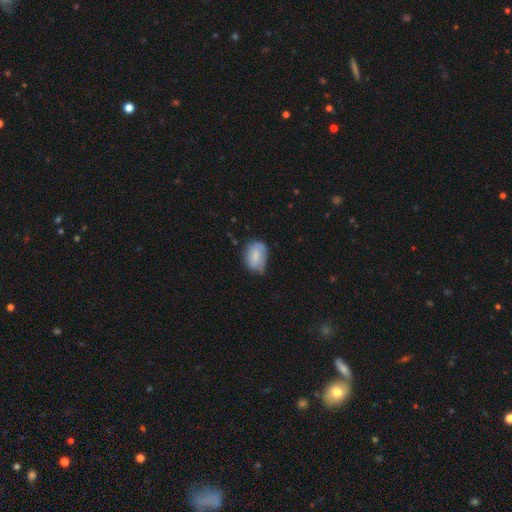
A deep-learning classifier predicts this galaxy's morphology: smooth-or-featured: smooth: 72% | featured or disk: 21% | star or artifact: 7%
  how-rounded: in between: 77% | round: 22% | cigar-shaped: 1%
  merging: none: 46% | minor disturbance: 41% | major disturbance: 11% | merger: 2%